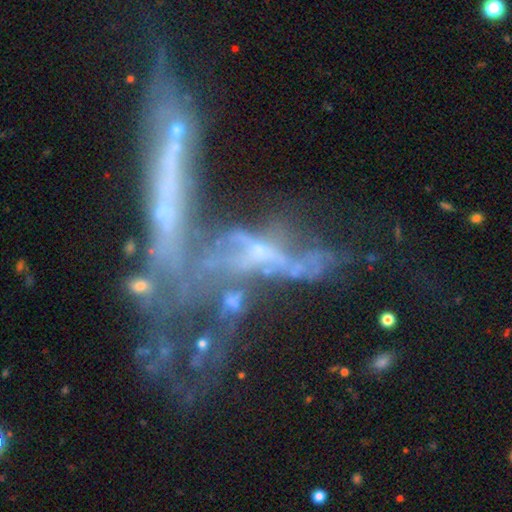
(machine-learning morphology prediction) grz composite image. It shows a featured or disk galaxy (65%). Merging: merger (58%).